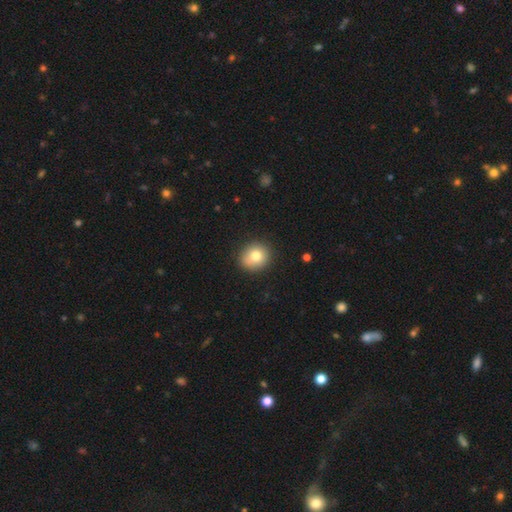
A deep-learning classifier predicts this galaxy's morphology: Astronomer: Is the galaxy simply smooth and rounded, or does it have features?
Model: smooth — 79%.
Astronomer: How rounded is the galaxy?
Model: round — 81%.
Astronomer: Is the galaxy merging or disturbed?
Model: none — 85%.